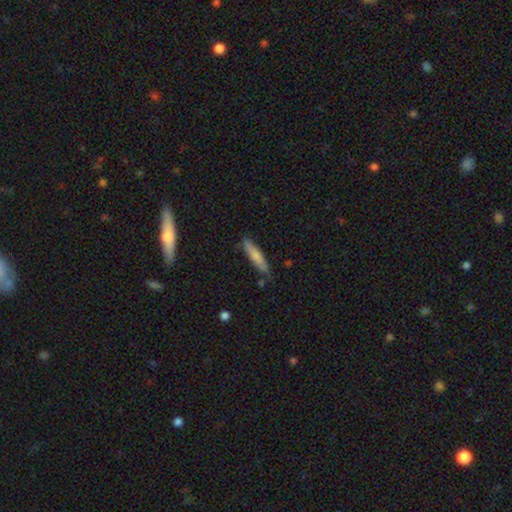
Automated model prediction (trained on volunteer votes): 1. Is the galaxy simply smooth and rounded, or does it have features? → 75% smooth, 19% featured or disk, 6% star or artifact.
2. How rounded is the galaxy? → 81% cigar-shaped, 17% in between, 1% round.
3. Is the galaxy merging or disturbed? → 82% none, 13% minor disturbance, 2% merger, 2% major disturbance.